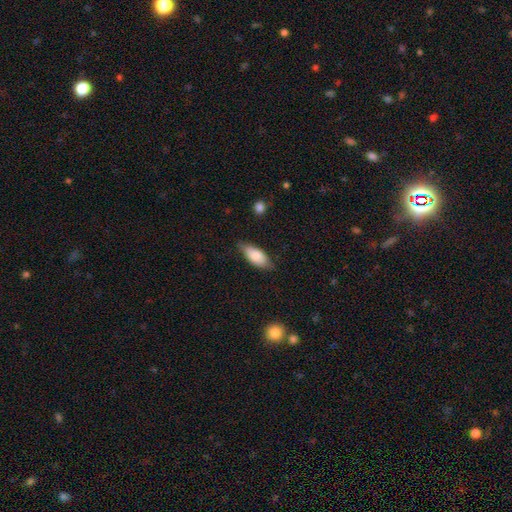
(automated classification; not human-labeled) This is clearly a smooth galaxy (80%). How rounded: clearly in between (86%). Merging: likely none (71%).